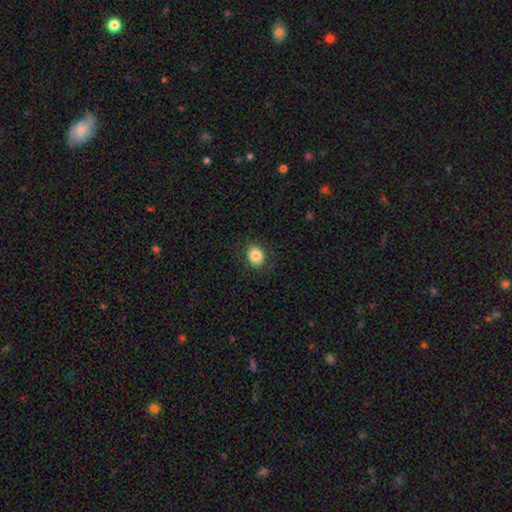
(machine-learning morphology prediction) Smooth or featured: smooth — 83% (star or artifact — 9%)
How rounded: round — 52% (in between — 47%)
Merging: none — 86% (minor disturbance — 9%)